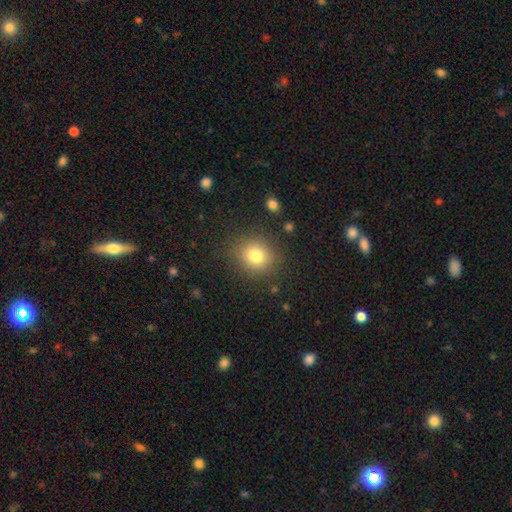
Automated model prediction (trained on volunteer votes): smooth-or-featured: smooth: 78% | star or artifact: 13% | featured or disk: 9%
  how-rounded: round: 82% | in between: 17% | cigar-shaped: 1%
  merging: none: 85% | minor disturbance: 9% | major disturbance: 4% | merger: 2%